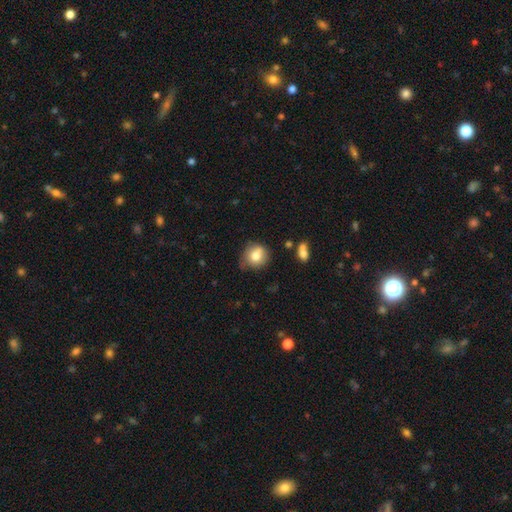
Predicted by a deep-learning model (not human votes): Smooth or featured? smooth (78%)
How rounded? round (84%)
Merging? none (64%)